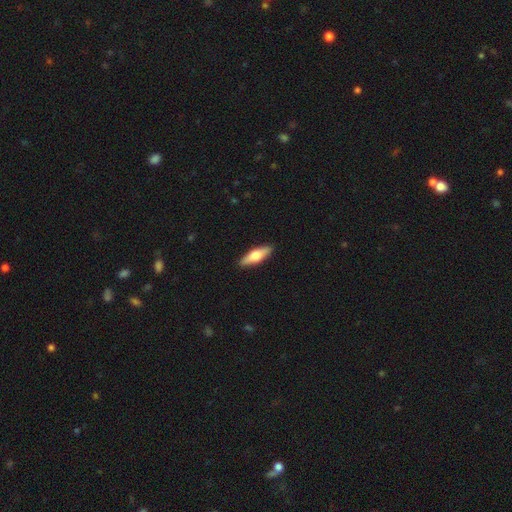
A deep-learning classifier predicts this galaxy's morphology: smooth-or-featured: smooth: 55% | featured or disk: 40% | star or artifact: 5%
  how-rounded: cigar-shaped: 50% | in between: 48% | round: 2%
  merging: none: 90% | minor disturbance: 8% | major disturbance: 2% | merger: 1%